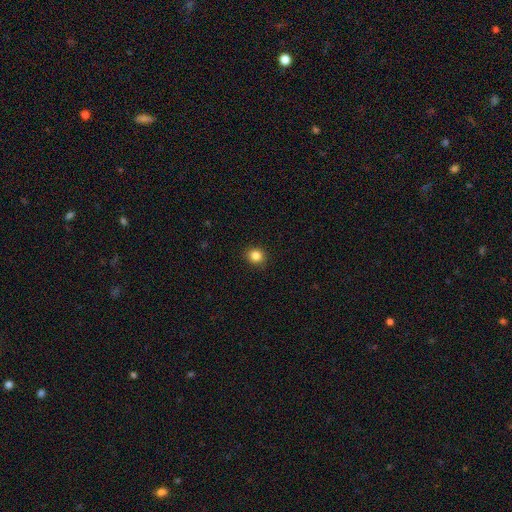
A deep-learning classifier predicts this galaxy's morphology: Smooth or featured? smooth (84%)
How rounded? round (83%)
Merging? none (91%)